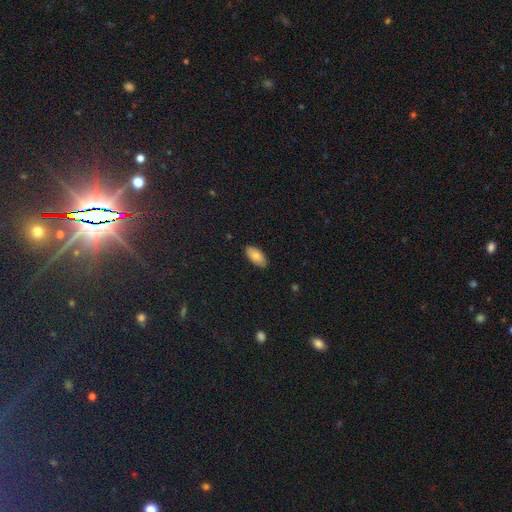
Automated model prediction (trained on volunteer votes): Q: Smooth or featured?
A: smooth (85%); runner-up: featured or disk (8%)
Q: How rounded?
A: in between (93%); runner-up: cigar-shaped (5%)
Q: Merging?
A: none (87%); runner-up: minor disturbance (10%)